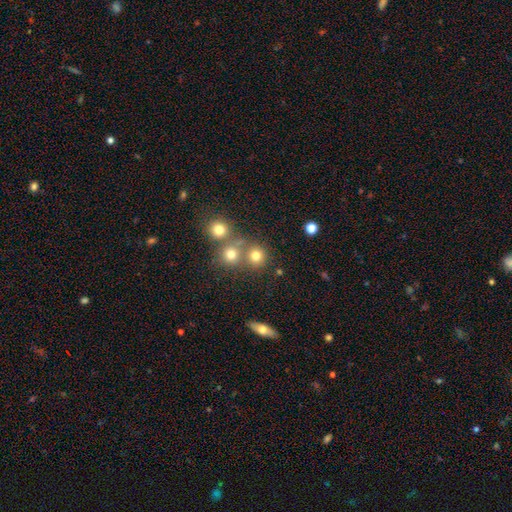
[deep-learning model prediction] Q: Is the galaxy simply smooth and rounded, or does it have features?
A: smooth — 76%.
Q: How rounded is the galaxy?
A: round — 89%.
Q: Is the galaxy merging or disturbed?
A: none — 65%.